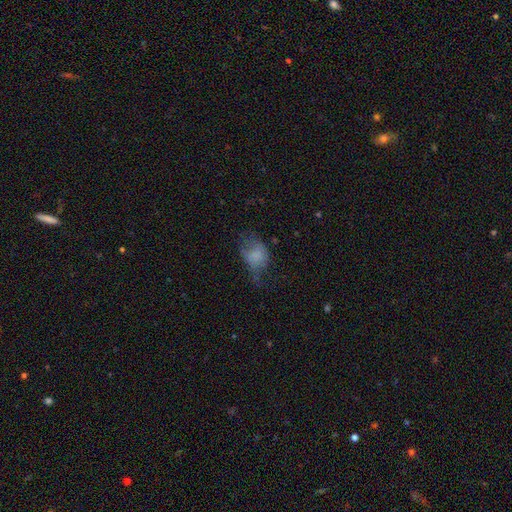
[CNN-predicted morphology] This appears to be a smooth galaxy with no disk features (67%) that is in between round and cigar-shaped (68%). Merging: major disturbance (37%).